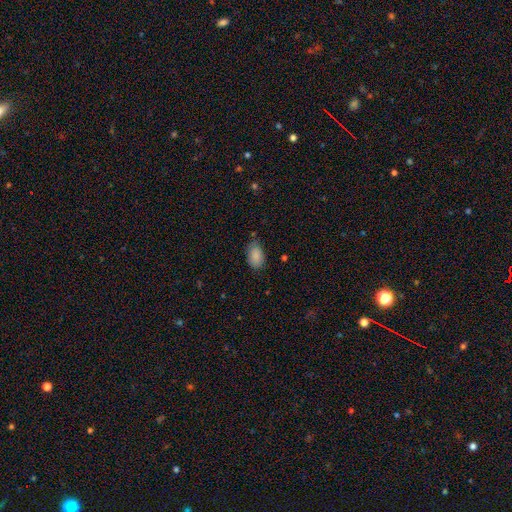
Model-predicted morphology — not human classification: Smooth or featured? smooth (88%)
How rounded? in between (91%)
Merging? none (69%)